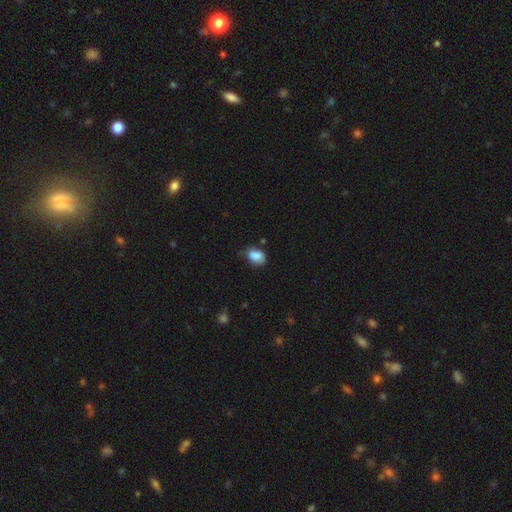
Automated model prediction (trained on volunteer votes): smooth-or-featured: smooth: 84% | star or artifact: 9% | featured or disk: 7%
  how-rounded: in between: 76% | round: 23% | cigar-shaped: 1%
  merging: none: 55% | minor disturbance: 33% | major disturbance: 8% | merger: 4%